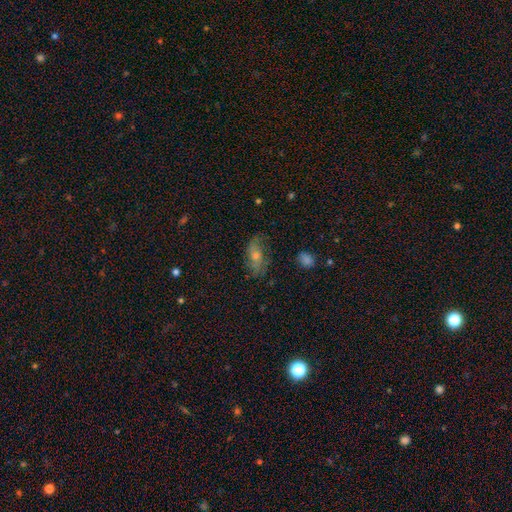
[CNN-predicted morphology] type=featured or disk (47%); merging=none (67%).